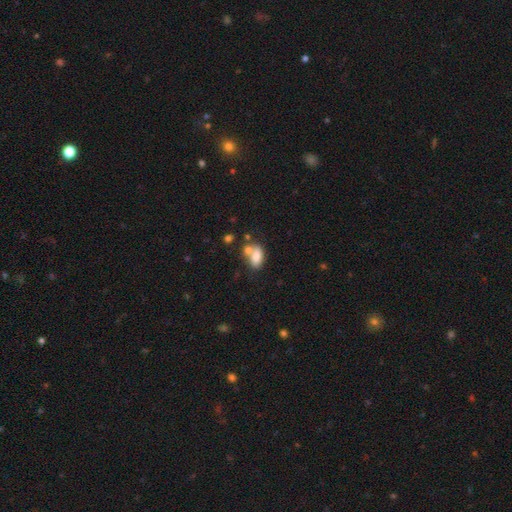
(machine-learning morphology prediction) smooth 78%, featured or disk 13%, star or artifact 9%. Down the decision tree: how rounded — in between (87%); merging — none (41%).